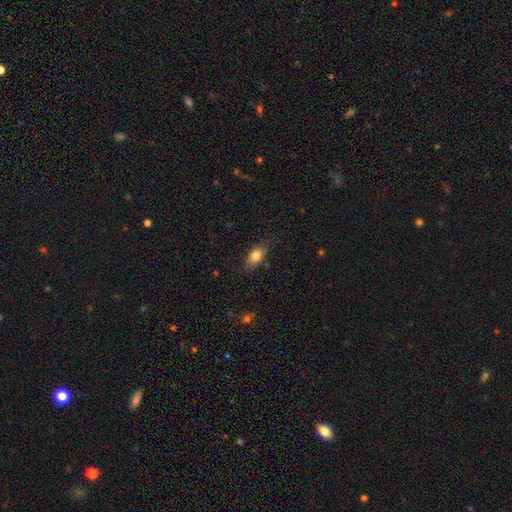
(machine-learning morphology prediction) A smooth galaxy with no disk features (78%) that is in between round and cigar-shaped (83%). Merging: none (78%).